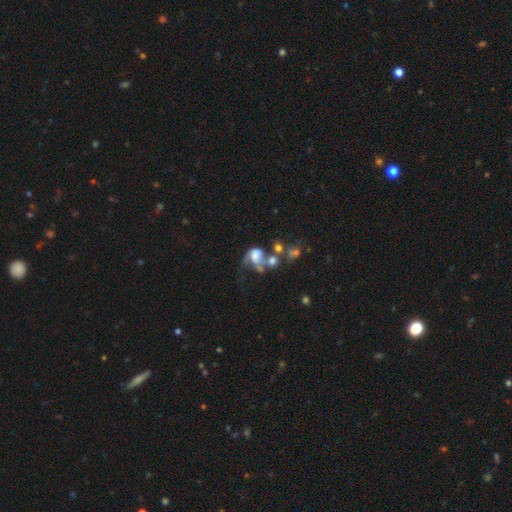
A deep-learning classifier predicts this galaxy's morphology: Smooth or featured? smooth (46%)
Merging? merger (38%)